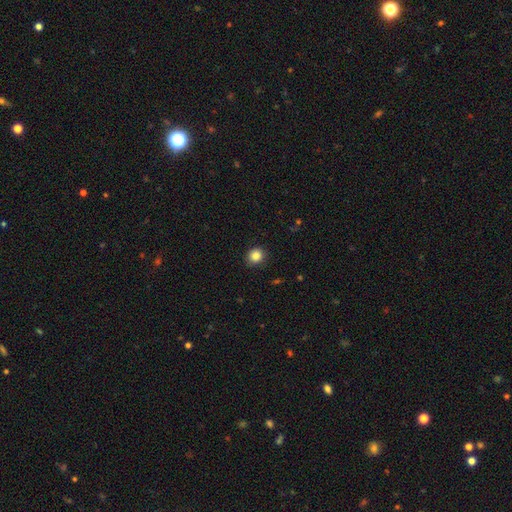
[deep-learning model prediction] Smooth or featured? smooth (86%)
How rounded? round (82%)
Merging? none (88%)